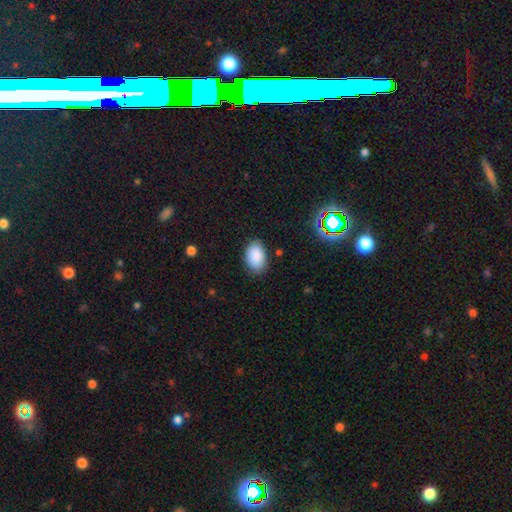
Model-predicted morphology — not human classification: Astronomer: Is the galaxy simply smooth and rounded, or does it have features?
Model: smooth — 88%.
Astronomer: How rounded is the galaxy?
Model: in between — 90%.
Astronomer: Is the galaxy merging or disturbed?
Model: none — 83%.